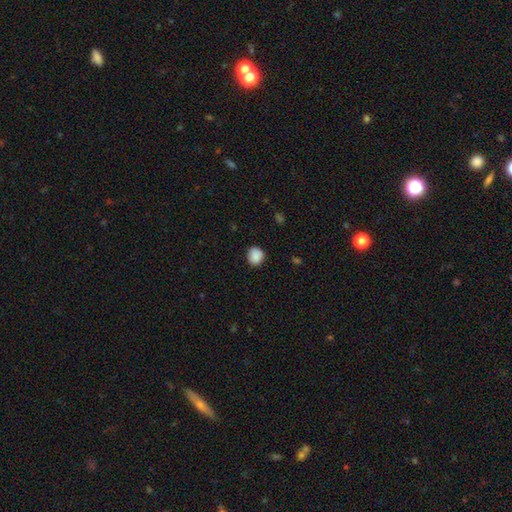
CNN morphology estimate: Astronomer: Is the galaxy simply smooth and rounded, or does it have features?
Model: smooth — 88%.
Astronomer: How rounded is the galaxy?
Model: round — 82%.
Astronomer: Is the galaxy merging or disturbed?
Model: none — 85%.